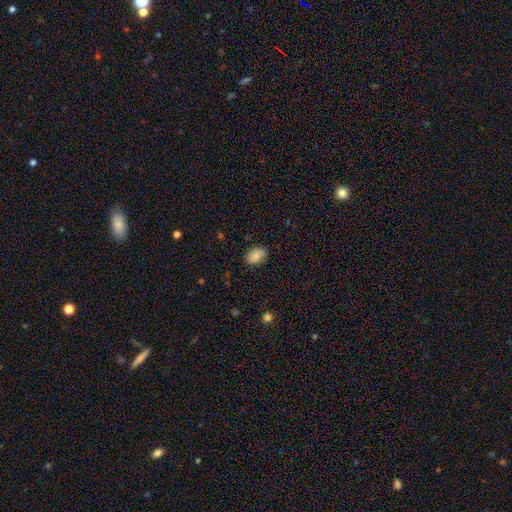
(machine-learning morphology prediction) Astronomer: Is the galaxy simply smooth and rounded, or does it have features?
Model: smooth — 80%.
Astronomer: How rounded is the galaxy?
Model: in between — 78%.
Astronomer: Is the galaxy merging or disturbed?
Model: none — 71%.